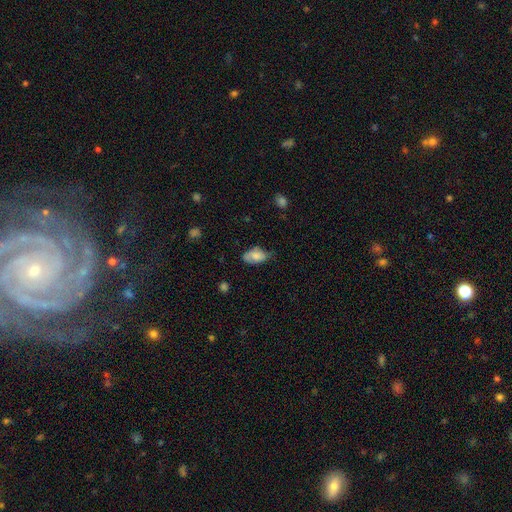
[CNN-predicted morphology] This is likely a smooth galaxy (75%). How rounded: clearly in between (92%). Merging: possibly none (56%).